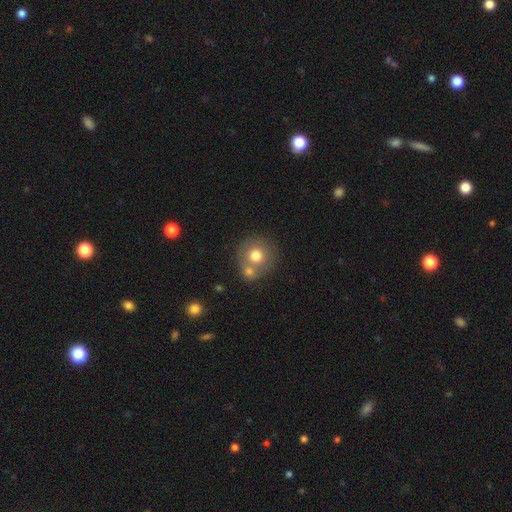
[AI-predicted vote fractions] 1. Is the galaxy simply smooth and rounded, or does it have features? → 73% smooth, 18% featured or disk, 10% star or artifact.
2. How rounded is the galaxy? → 90% round, 9% in between, 1% cigar-shaped.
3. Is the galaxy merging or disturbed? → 50% none, 38% merger, 9% minor disturbance, 4% major disturbance.